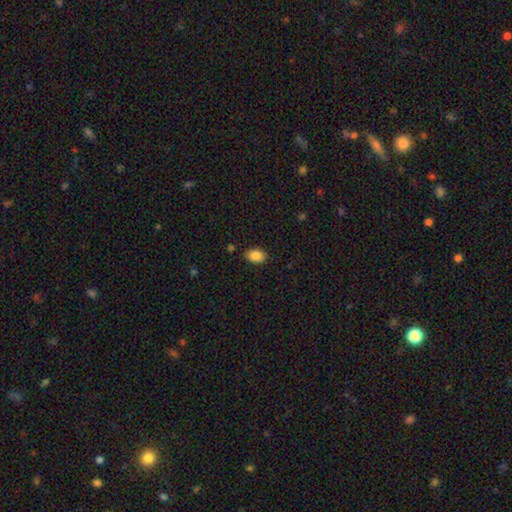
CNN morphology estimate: Smooth or featured? Predicted: smooth (p=0.86). How rounded? Predicted: in between (p=0.86). Merging? Predicted: none (p=0.86).